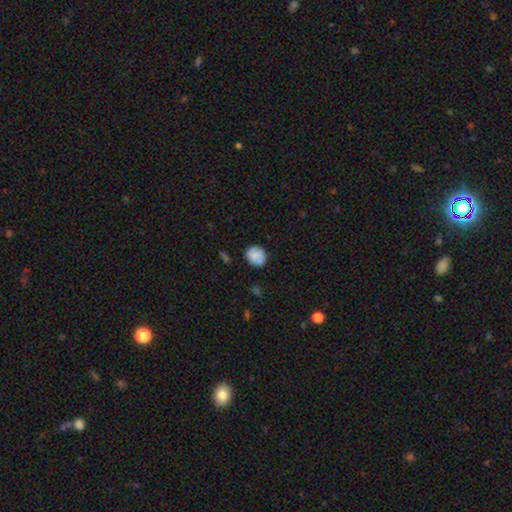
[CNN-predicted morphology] The model was most divided on "how rounded": round: 71%, in between: 28%, cigar-shaped: 1%. More confident: smooth or featured — smooth (84%); merging — none (80%).